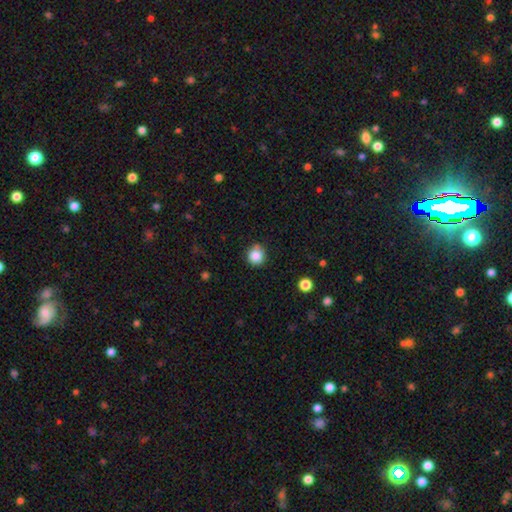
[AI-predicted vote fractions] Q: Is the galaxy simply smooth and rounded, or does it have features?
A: smooth — 85%.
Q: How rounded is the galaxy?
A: round — 89%.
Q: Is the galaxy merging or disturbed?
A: none — 82%.